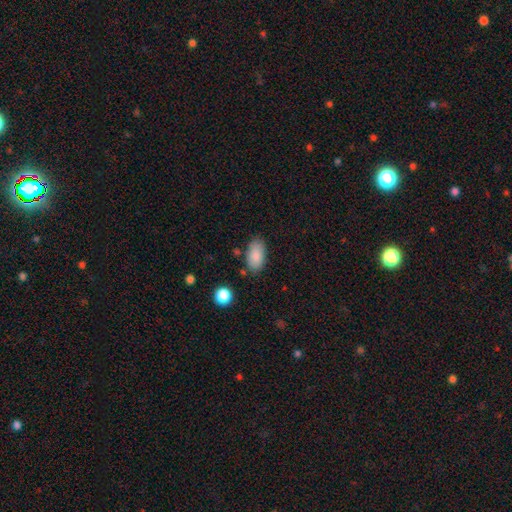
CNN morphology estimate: The model was most divided on "merging": none: 79%, minor disturbance: 14%, merger: 4%, major disturbance: 4%. More confident: how rounded — in between (93%); smooth or featured — smooth (86%).